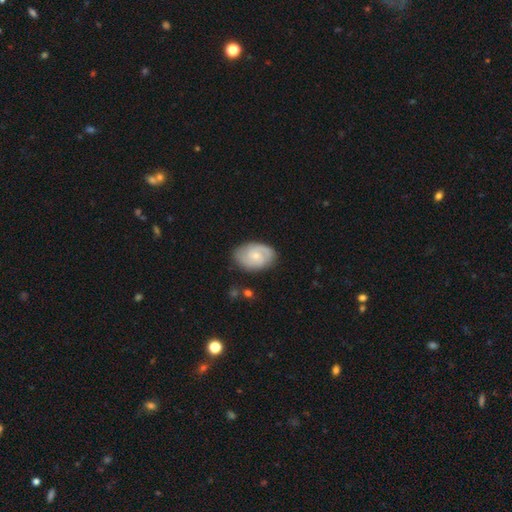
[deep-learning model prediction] This is likely a featured or disk galaxy (68%). It is clearly not viewed edge-on (97%). Bar: possibly no (59%). Spiral arm pattern: clearly yes (91%). Spiral arm count: likely 2 (70%). Spiral winding: marginally tight (44%). Central bulge: possibly small (58%). Merging: likely none (77%).